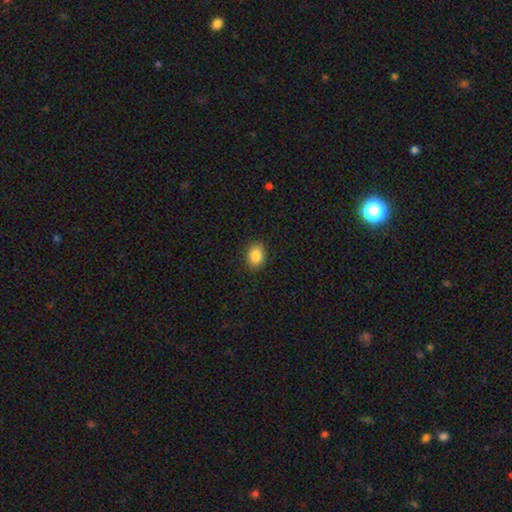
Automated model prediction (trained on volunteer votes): Smooth or featured?
  - smooth: 86% *
  - star or artifact: 9%
  - featured or disk: 5%
How rounded?
  - in between: 56% *
  - round: 43%
  - cigar-shaped: 1%
Merging?
  - none: 87% *
  - minor disturbance: 10%
  - major disturbance: 2%
  - merger: 1%